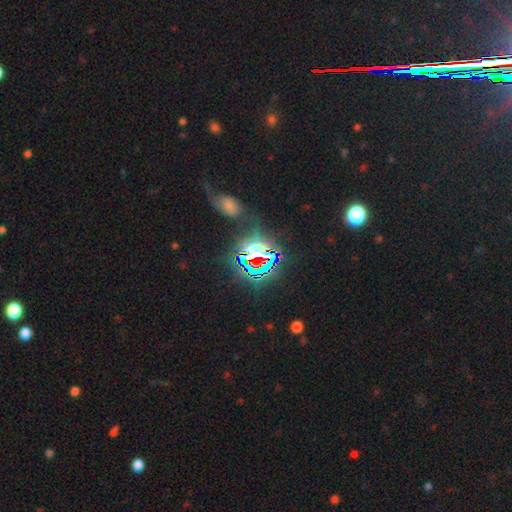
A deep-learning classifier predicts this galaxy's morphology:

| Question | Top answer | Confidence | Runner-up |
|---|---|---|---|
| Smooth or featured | star or artifact | 78% | smooth (12%) |